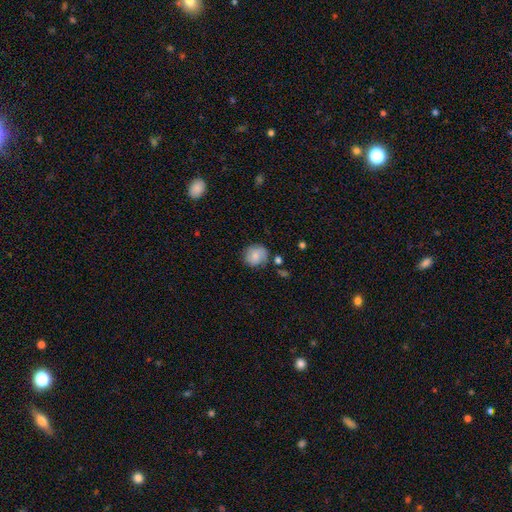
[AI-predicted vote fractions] Morphology: type=smooth (71%); roundness=round (82%); merging=none (71%).